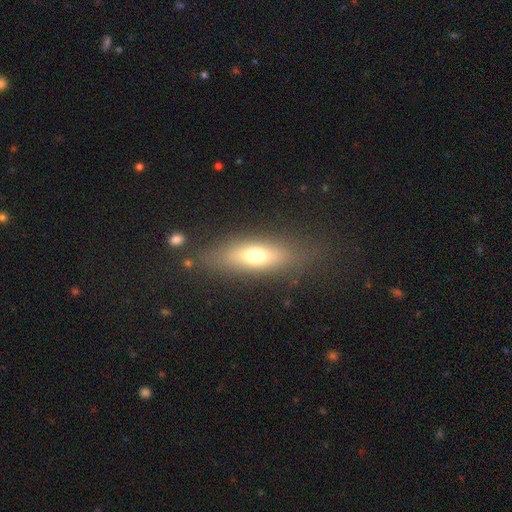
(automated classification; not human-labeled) Smooth or featured: smooth — 63% (featured or disk — 27%)
How rounded: in between — 55% (cigar-shaped — 40%)
Merging: none — 77% (minor disturbance — 14%)